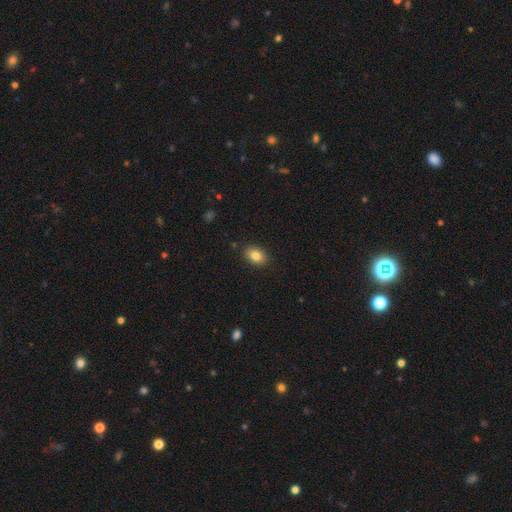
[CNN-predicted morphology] Smooth or featured? Predicted: smooth (p=0.83). How rounded? Predicted: in between (p=0.79). Merging? Predicted: none (p=0.88).